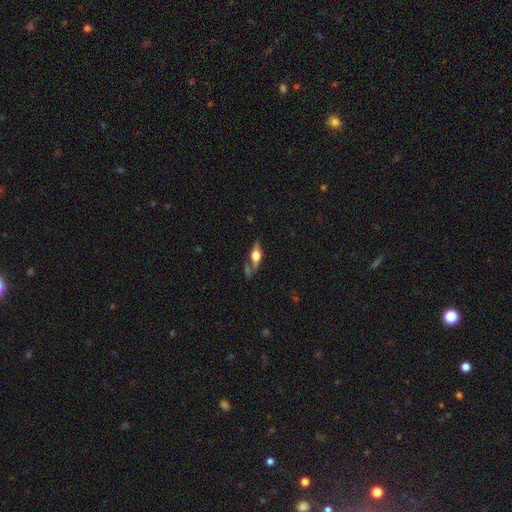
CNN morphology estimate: Smooth or featured? featured or disk (57%)
Edge-on disk? yes (87%)
Merging? none (62%)